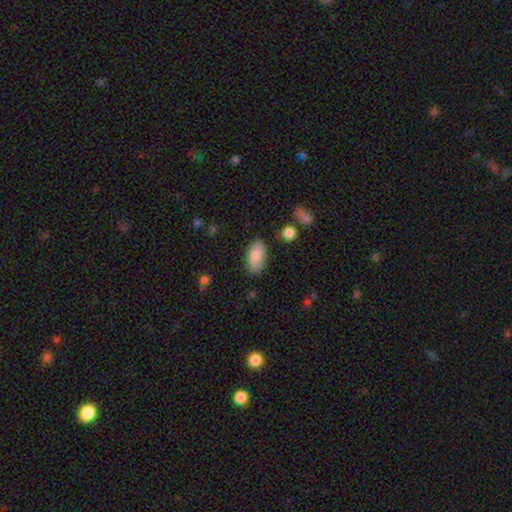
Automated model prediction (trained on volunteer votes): Overall: smooth (88%). How rounded: in between (93%). Merging: none (83%).